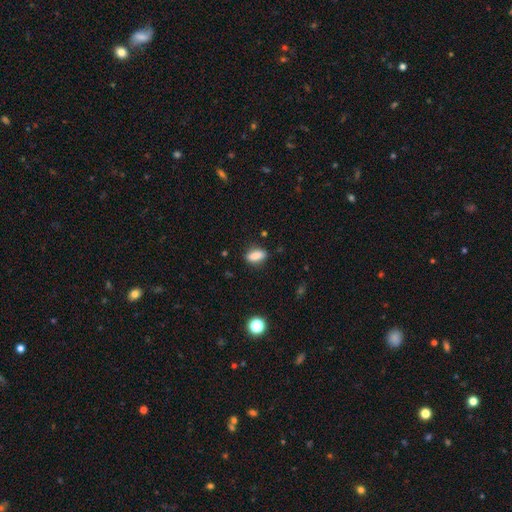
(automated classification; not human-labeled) smooth_or_featured: smooth (p=0.83) [alt: star or artifact p=0.09]
how_rounded: in between (p=0.80) [alt: cigar-shaped p=0.13]
merging: none (p=0.83) [alt: minor disturbance p=0.12]